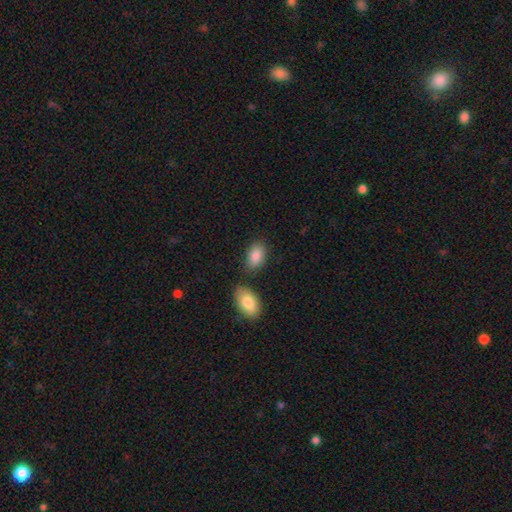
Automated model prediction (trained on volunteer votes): Overall: smooth (87%). How rounded: in between (92%). Merging: none (74%).